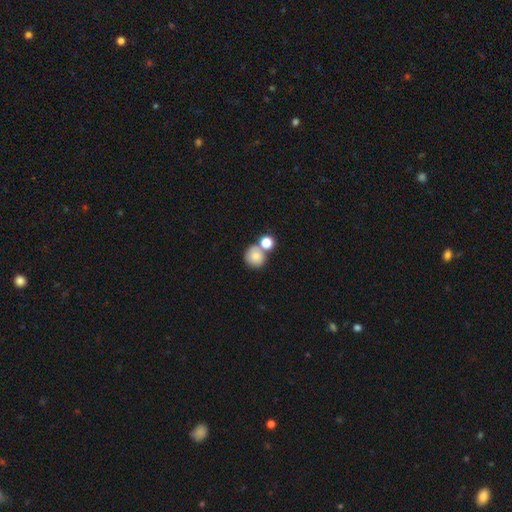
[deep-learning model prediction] This appears to be a smooth galaxy with no disk features (80%) that is round (88%). Merging: none (49%).